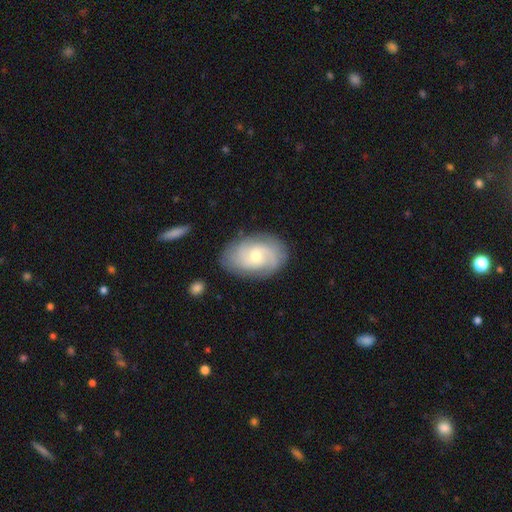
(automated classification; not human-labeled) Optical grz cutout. It shows a featured or disk galaxy (66%) with no bar (63%), 2 (36%) tight (47%) spiral arms (87%) and a moderate central bulge (52%). Merging: none (79%).